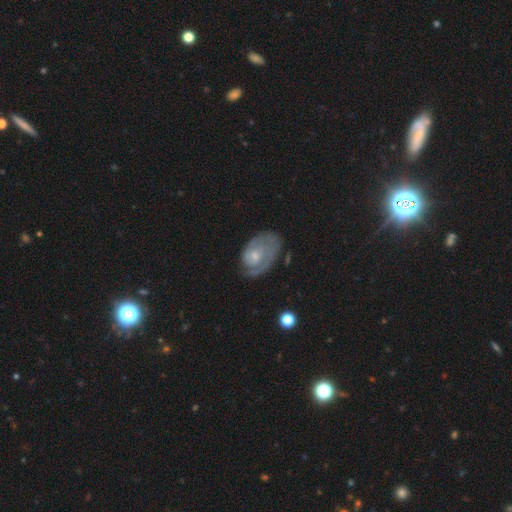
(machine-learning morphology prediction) This is likely a featured or disk galaxy (72%). It is clearly not viewed edge-on (97%). Bar: likely no (67%). Spiral arm pattern: clearly yes (86%). Spiral arm count: marginally 1 (43%). Spiral winding: possibly tight (58%). Central bulge: possibly small (55%). Merging: possibly none (55%).